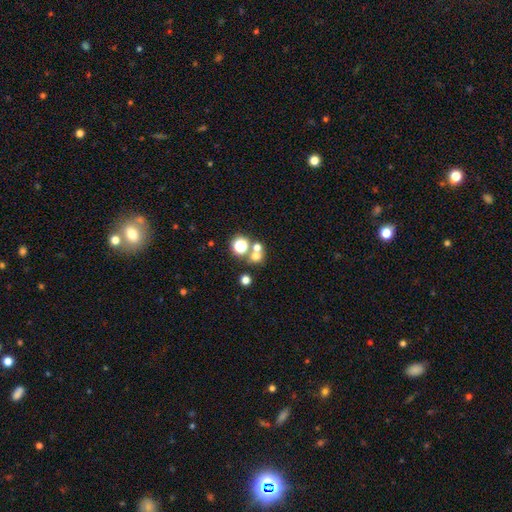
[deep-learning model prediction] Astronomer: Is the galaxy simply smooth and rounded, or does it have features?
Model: smooth — 62%.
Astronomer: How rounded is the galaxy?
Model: round — 85%.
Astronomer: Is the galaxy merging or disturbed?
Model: none — 54% (runner-up: merger, 36%).